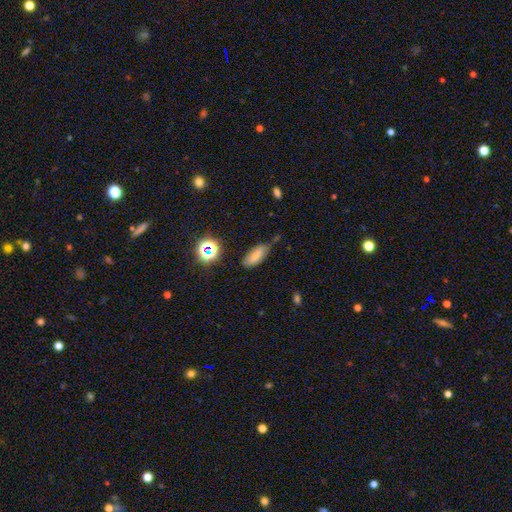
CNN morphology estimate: smooth-or-featured: smooth: 64% | featured or disk: 21% | star or artifact: 14%
  how-rounded: in between: 77% | cigar-shaped: 18% | round: 5%
  merging: none: 62% | minor disturbance: 28% | major disturbance: 6% | merger: 4%